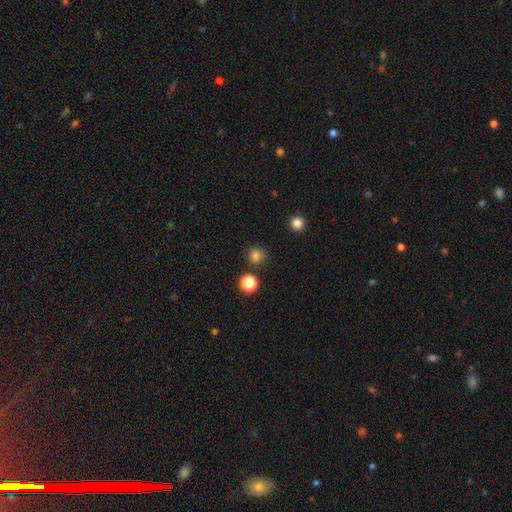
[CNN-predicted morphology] A smooth galaxy with no disk features (81%) that is round (91%). Merging: none (85%).